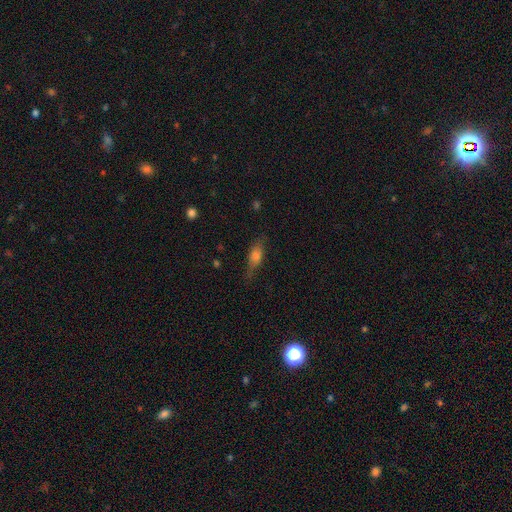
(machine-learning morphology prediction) Smooth or featured? smooth (58%)
How rounded? in between (54%)
Merging? none (71%)